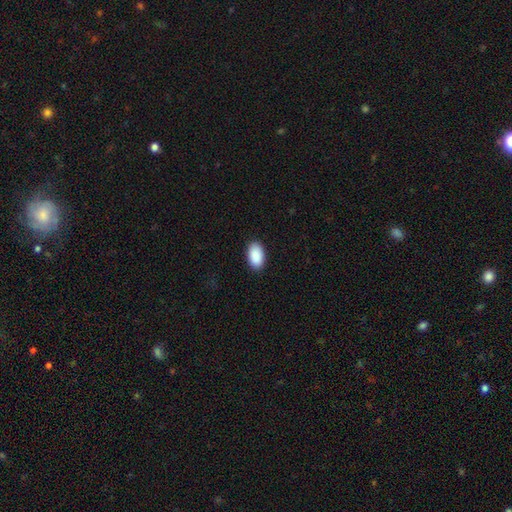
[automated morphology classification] Q: Smooth or featured?
A: smooth (91%); runner-up: star or artifact (6%)
Q: How rounded?
A: in between (95%); runner-up: round (3%)
Q: Merging?
A: none (90%); runner-up: minor disturbance (8%)